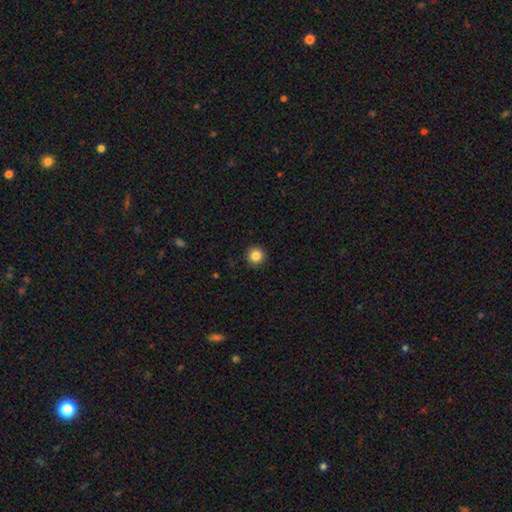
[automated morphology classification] Overall: smooth (85%). How rounded: round (95%). Merging: none (92%).